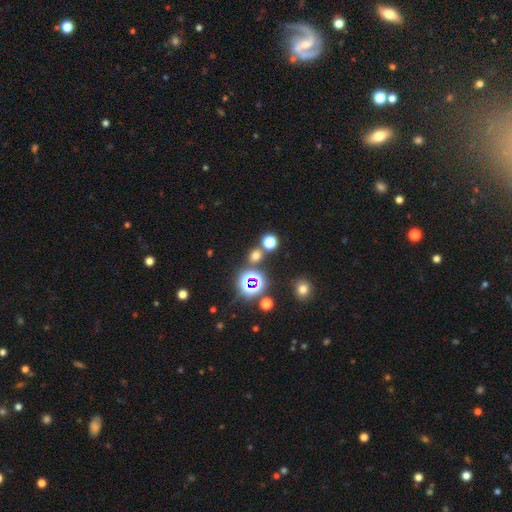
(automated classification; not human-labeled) Smooth or featured? smooth (54%)
How rounded? round (81%)
Merging? none (75%)